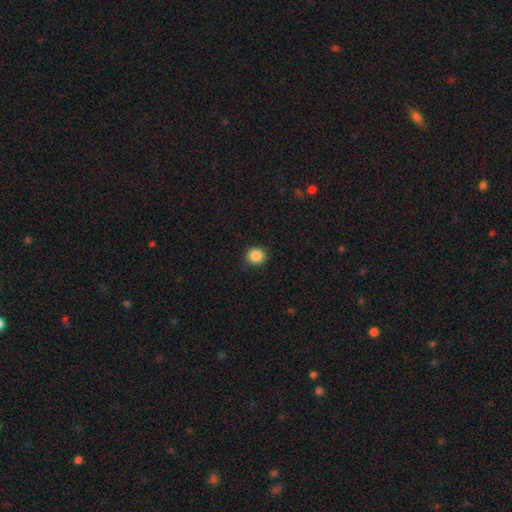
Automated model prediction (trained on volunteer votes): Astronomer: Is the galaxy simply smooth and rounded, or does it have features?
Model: smooth — 88%.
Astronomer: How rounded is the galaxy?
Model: round — 88%.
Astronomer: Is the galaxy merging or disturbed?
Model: none — 89%.